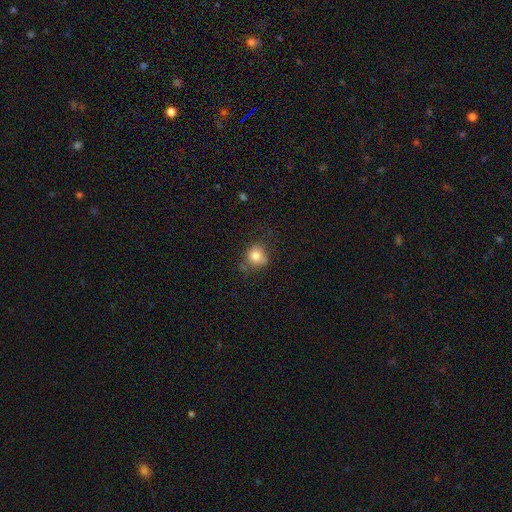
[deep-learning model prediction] smooth_or_featured: smooth (p=0.80) [alt: star or artifact p=0.11]
how_rounded: round (p=0.75) [alt: in between p=0.24]
merging: none (p=0.55) [alt: minor disturbance p=0.29]